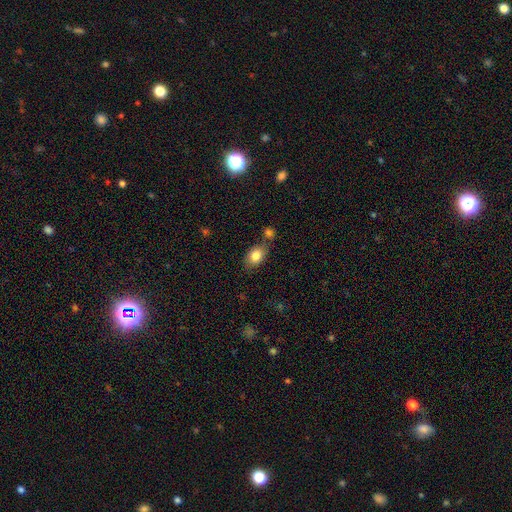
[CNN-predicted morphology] type=smooth (83%); roundness=in between (81%); merging=none (65%).